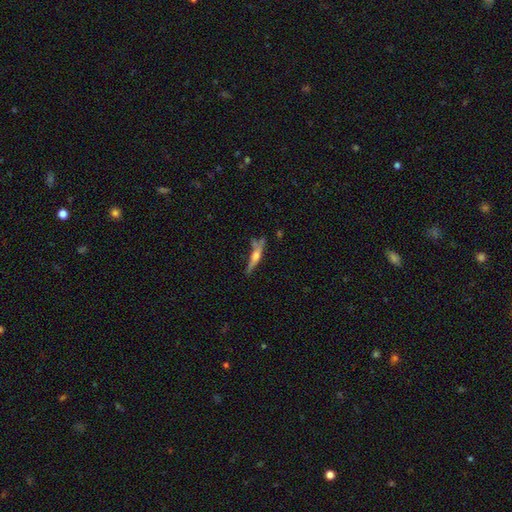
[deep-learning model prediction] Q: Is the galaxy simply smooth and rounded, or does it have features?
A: featured or disk — 57%.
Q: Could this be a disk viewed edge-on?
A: yes — 93%.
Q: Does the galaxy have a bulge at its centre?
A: rounded — 86%.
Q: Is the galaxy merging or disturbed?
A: none — 64%.